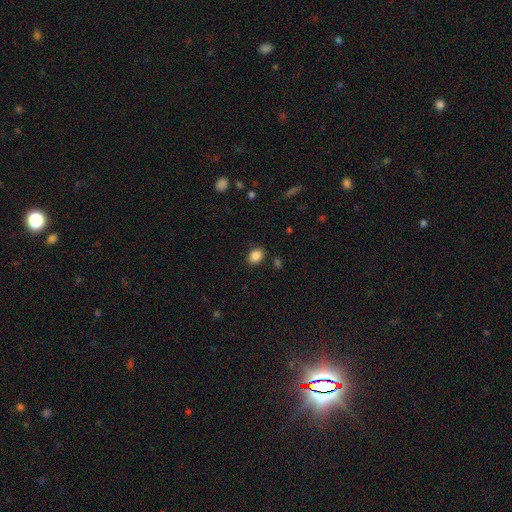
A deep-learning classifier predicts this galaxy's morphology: Overall: smooth (86%). How rounded: in between (66%; round 34%). Merging: none (86%).